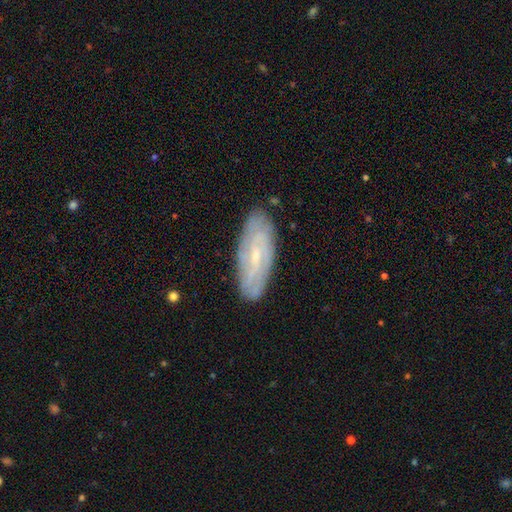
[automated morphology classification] Overall: featured or disk (72%). Edge-on disk: no (87%). Bar: weak (47%; no 36%). Spiral arms: yes (88%). Spiral arm count: can't tell (45%; 2 27%). Spiral winding: tight (59%; medium 30%). Bulge size: small (73%). Merging: none (83%).